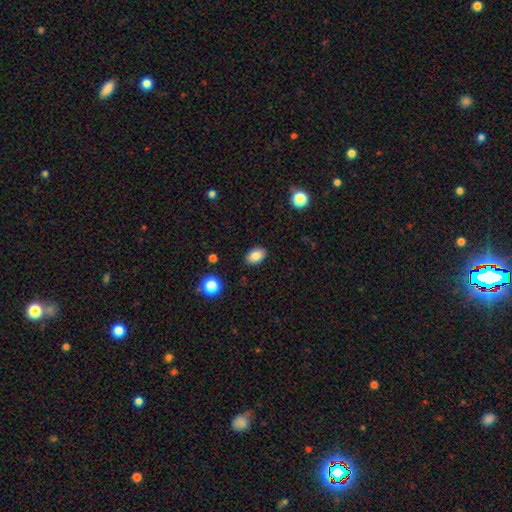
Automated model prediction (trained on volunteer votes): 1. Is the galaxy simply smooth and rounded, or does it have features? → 86% smooth, 9% star or artifact, 5% featured or disk.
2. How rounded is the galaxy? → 87% in between, 12% round, 1% cigar-shaped.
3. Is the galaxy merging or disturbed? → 88% none, 9% minor disturbance, 2% major disturbance, 1% merger.